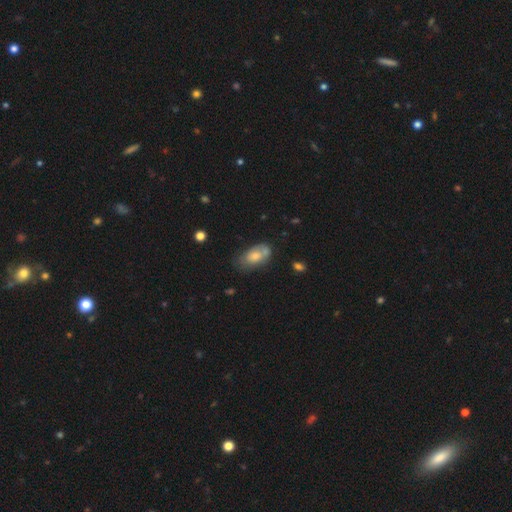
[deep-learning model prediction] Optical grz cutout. It shows a smooth galaxy with no disk features (65%) that is in between round and cigar-shaped (91%). Merging: none (48%).